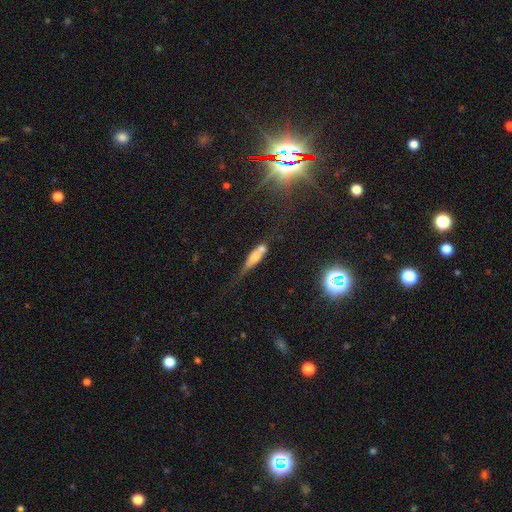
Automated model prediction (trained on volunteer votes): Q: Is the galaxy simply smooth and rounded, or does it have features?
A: smooth — 51%.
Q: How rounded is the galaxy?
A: cigar-shaped — 63%.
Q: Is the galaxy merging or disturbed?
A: none — 35%.